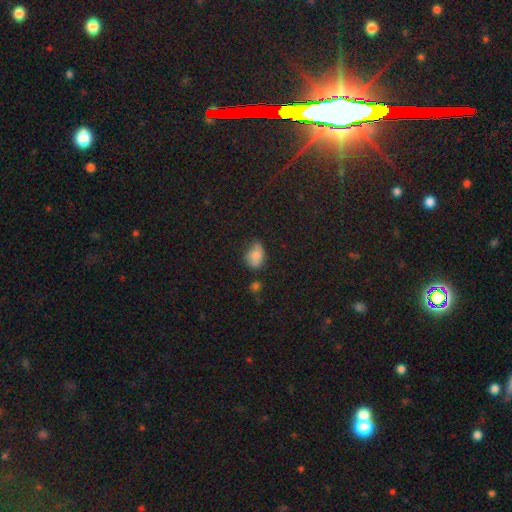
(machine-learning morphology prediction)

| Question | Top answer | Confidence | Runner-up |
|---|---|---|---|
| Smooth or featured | smooth | 73% | featured or disk (15%) |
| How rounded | in between | 82% | round (16%) |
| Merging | none | 45% | minor disturbance (38%) |